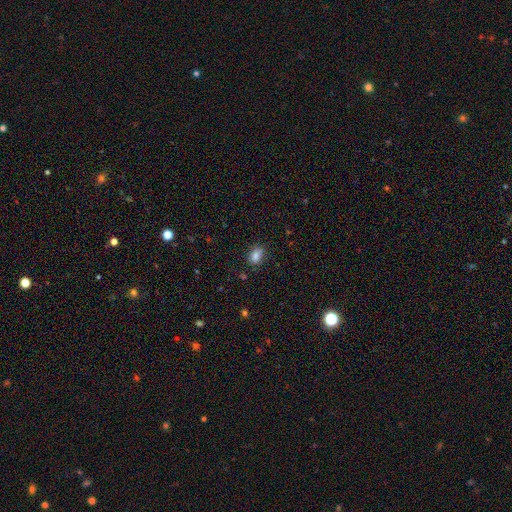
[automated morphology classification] smooth_or_featured: smooth (p=0.81) [alt: star or artifact p=0.11]
how_rounded: in between (p=0.74) [alt: round p=0.23]
merging: none (p=0.77) [alt: minor disturbance p=0.17]